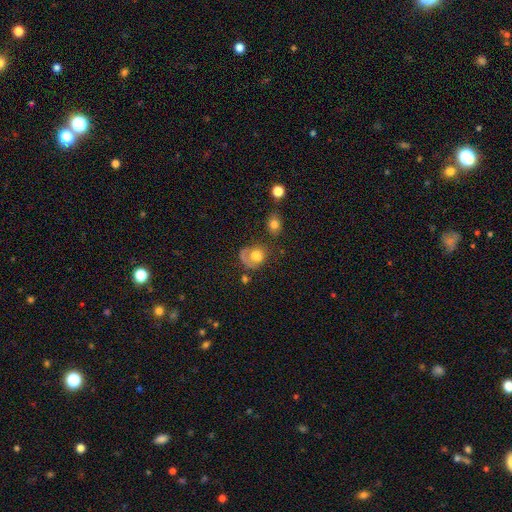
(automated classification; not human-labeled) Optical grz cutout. It shows a smooth galaxy with no disk features (53%) that is round (65%). Merging: none (39%).